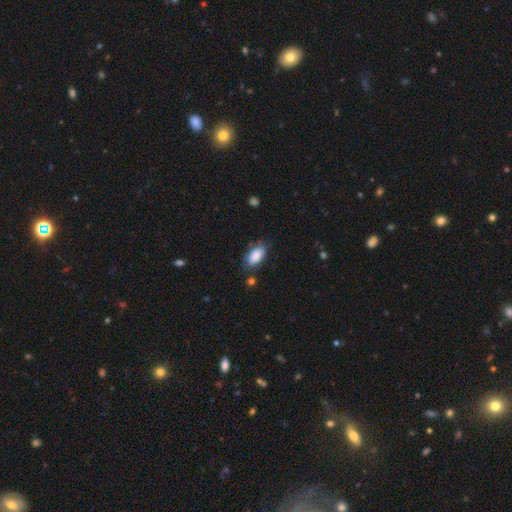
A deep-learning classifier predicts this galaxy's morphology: smooth 87%, star or artifact 7%, featured or disk 6%. Down the decision tree: how rounded — in between (93%); merging — none (77%).